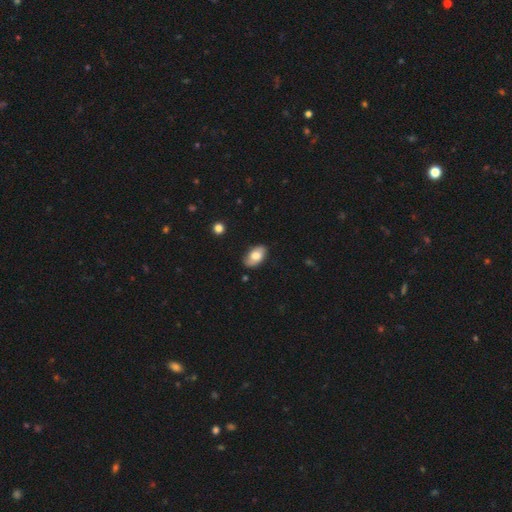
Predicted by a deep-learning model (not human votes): The model was most divided on "smooth or featured": smooth: 73%, featured or disk: 21%, star or artifact: 6%. More confident: how rounded — in between (94%); merging — none (80%).